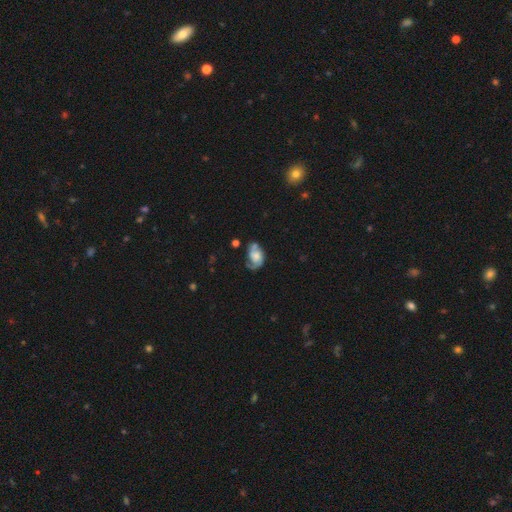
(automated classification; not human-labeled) Smooth or featured? Predicted: featured or disk (p=0.64). Edge-on disk? Predicted: no (p=0.97). Bar? Predicted: no (p=0.72). Spiral arms? Predicted: yes (p=0.84). Spiral winding? Predicted: medium (p=0.41). Spiral arm count? Predicted: 2 (p=0.56). Bulge size? Predicted: moderate (p=0.32). Merging? Predicted: none (p=0.38).